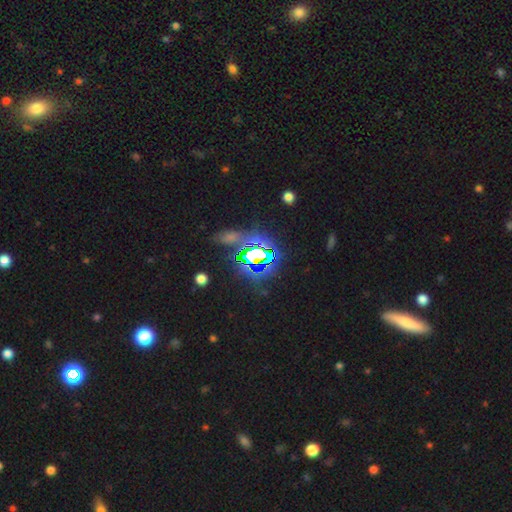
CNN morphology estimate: Smooth or featured? star or artifact (79%)